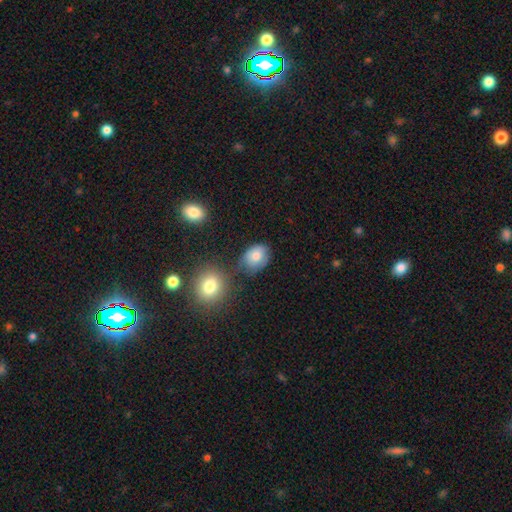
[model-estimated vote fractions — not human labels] This appears to be a smooth galaxy with no disk features (80%) that is in between round and cigar-shaped (58%). Merging: none (62%).